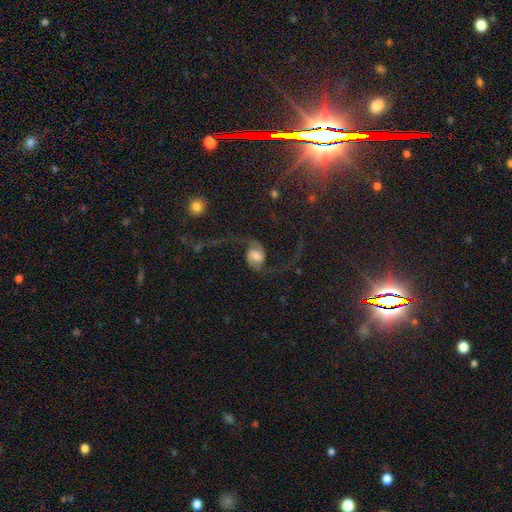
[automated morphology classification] Smooth or featured: featured or disk — 83% (smooth — 11%)
Edge-on disk: no — 97% (yes — 3%)
Bar: weak — 44% (no — 40%)
Spiral arms: yes — 96% (no — 4%)
Spiral winding: loose — 81% (medium — 16%)
Spiral arm count: 2 — 94% (1 — 2%)
Bulge size: moderate — 41% (small — 23%)
Merging: none — 57% (major disturbance — 26%)